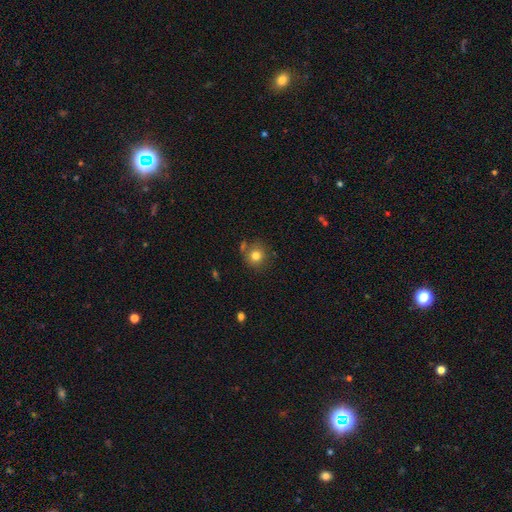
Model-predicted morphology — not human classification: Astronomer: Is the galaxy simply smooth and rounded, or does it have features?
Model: smooth — 80%.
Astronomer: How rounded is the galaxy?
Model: round — 89%.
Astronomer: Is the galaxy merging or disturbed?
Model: none — 74%.